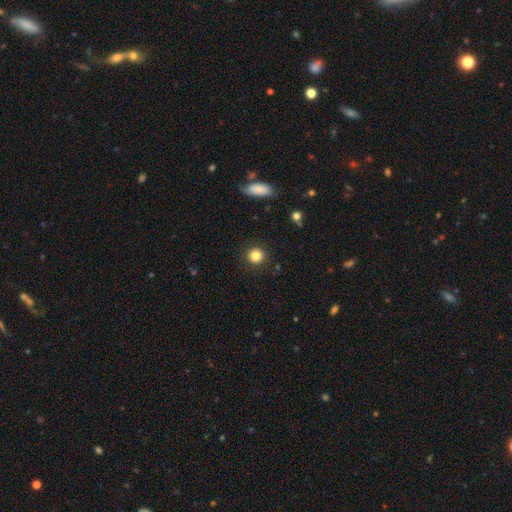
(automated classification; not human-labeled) Smooth or featured? Predicted: smooth (p=0.84). How rounded? Predicted: round (p=0.90). Merging? Predicted: none (p=0.90).